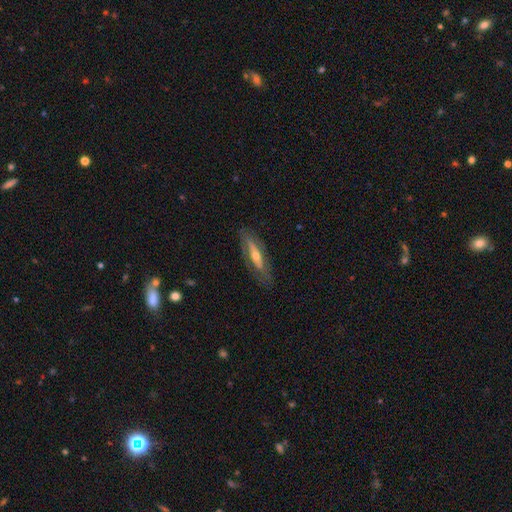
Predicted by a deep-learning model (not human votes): smooth-or-featured: featured or disk: 68% | smooth: 26% | star or artifact: 7%
  disk-edge-on: yes: 55% | no: 45%
  merging: none: 80% | minor disturbance: 14% | major disturbance: 5% | merger: 1%